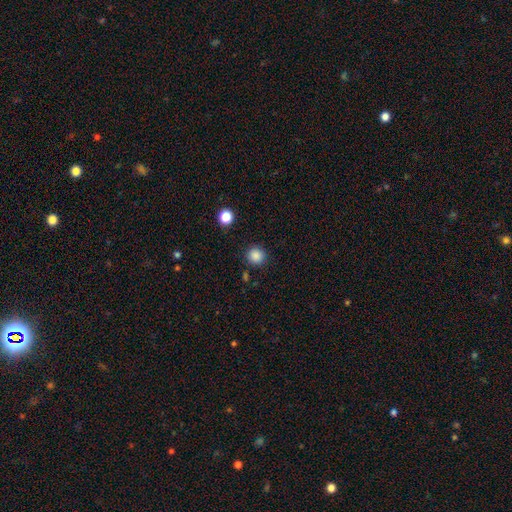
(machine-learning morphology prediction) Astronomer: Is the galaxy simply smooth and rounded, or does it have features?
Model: smooth — 86%.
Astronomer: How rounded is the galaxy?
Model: round — 91%.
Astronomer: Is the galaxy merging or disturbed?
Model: none — 88%.